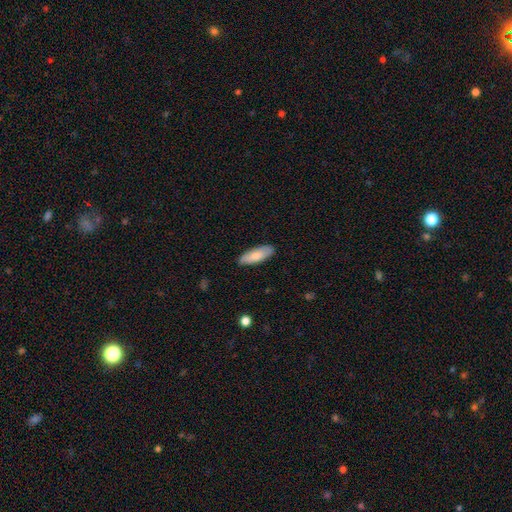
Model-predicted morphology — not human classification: Overall: smooth (80%). How rounded: in between (66%; cigar-shaped 32%). Merging: none (87%).